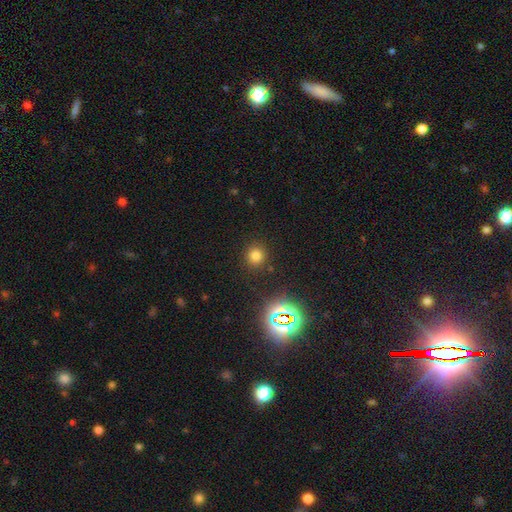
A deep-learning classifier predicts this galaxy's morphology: Smooth or featured? smooth (74%)
How rounded? round (91%)
Merging? none (89%)